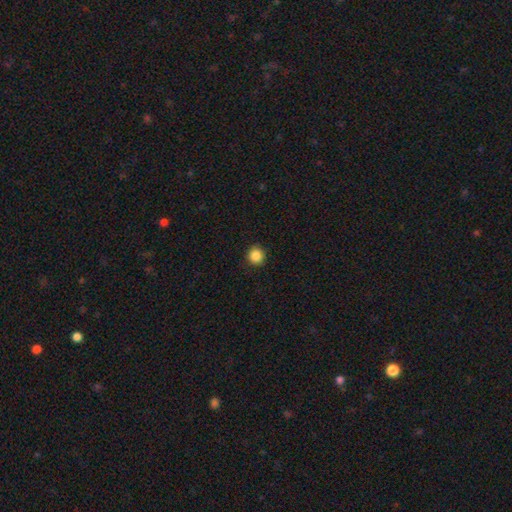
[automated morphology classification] Smooth or featured? Predicted: smooth (p=0.87). How rounded? Predicted: round (p=0.93). Merging? Predicted: none (p=0.91).